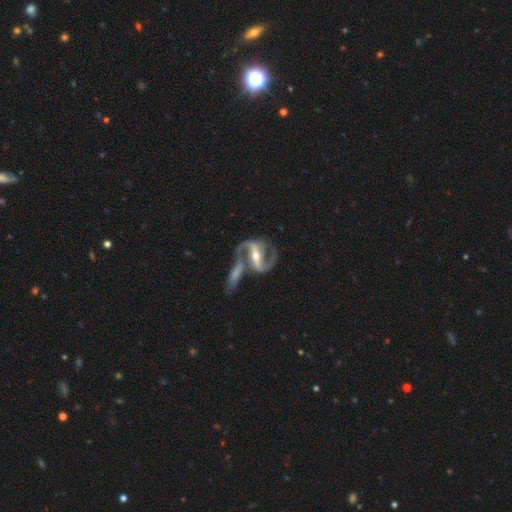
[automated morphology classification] featured or disk 92%, star or artifact 4%, smooth 4%. Down the decision tree: edge-on disk — no (95%); bar — strong (70%); spiral arms — yes (97%); spiral arm count — 2 (93%); spiral winding — medium (56%); bulge size — moderate (56%); merging — none (52%).